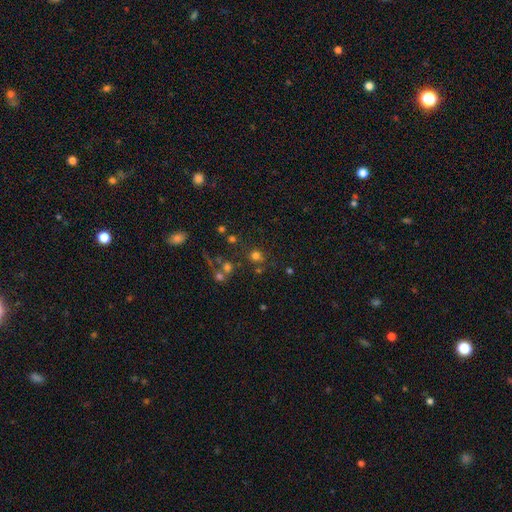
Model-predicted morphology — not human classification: This is likely a smooth galaxy (68%). How rounded: clearly round (87%). Merging: likely none (72%).